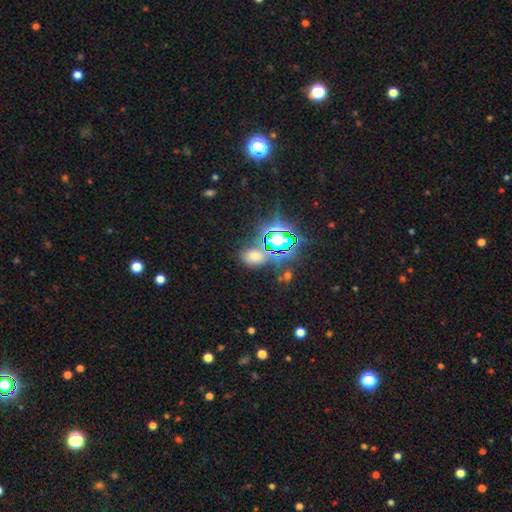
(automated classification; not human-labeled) Smooth or featured?
  - star or artifact: 47% *
  - smooth: 44%
  - featured or disk: 8%